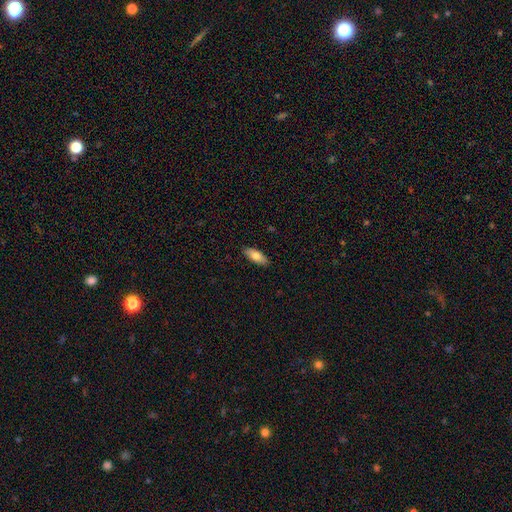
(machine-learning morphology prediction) Smooth or featured?
  - smooth: 81% *
  - featured or disk: 13%
  - star or artifact: 6%
How rounded?
  - in between: 78% *
  - cigar-shaped: 20%
  - round: 2%
Merging?
  - none: 89% *
  - minor disturbance: 8%
  - major disturbance: 2%
  - merger: 1%